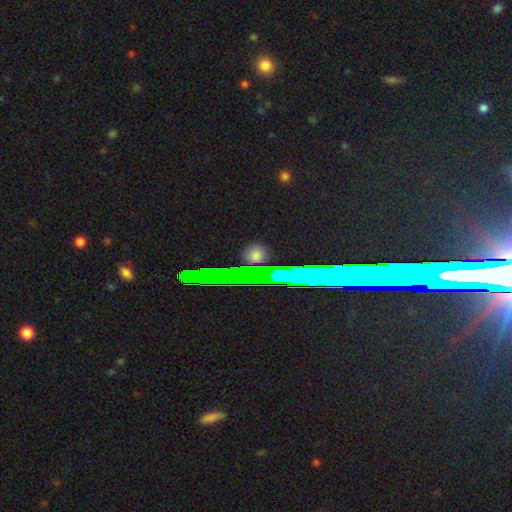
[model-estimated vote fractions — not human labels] star or artifact 49%, smooth 39%, featured or disk 12%.